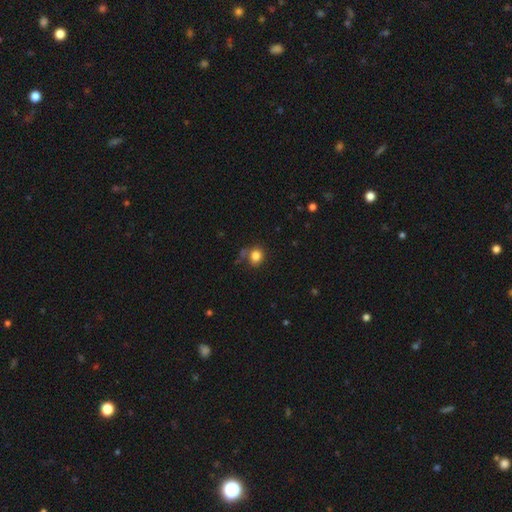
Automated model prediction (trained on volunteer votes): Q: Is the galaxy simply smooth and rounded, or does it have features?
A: smooth — 83%.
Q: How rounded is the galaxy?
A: round — 68%.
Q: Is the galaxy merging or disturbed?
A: none — 67%.